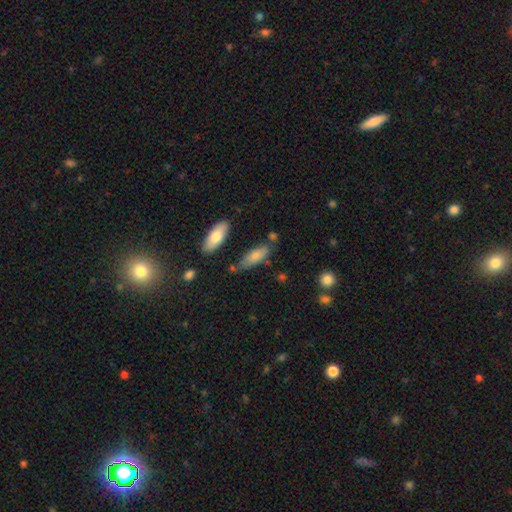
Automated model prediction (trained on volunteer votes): smooth-or-featured: smooth: 78% | featured or disk: 15% | star or artifact: 7%
  how-rounded: in between: 64% | cigar-shaped: 34% | round: 2%
  merging: none: 56% | minor disturbance: 26% | merger: 11% | major disturbance: 7%